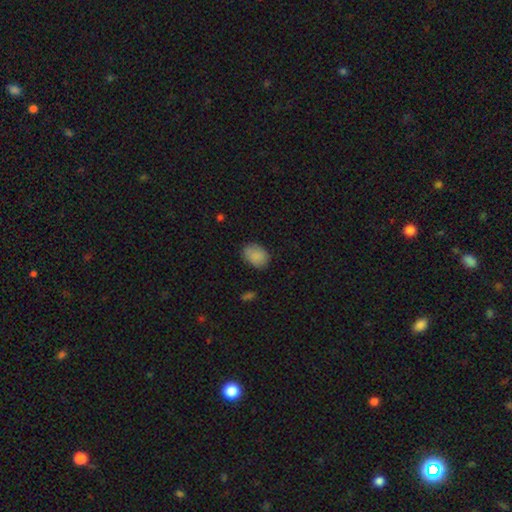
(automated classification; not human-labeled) Morphology: type=smooth (88%); roundness=in between (79%); merging=none (81%).